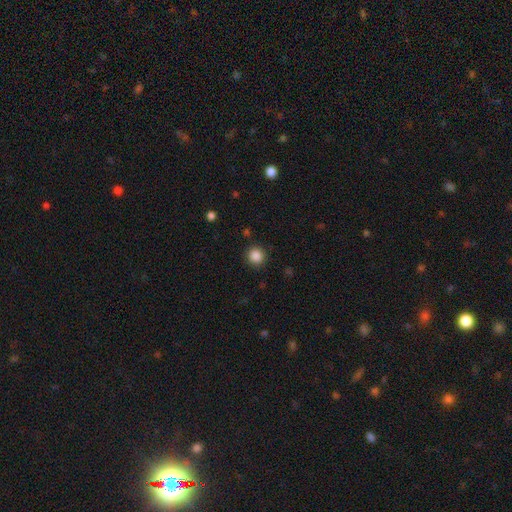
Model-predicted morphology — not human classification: Smooth or featured? smooth (86%)
How rounded? round (93%)
Merging? none (90%)